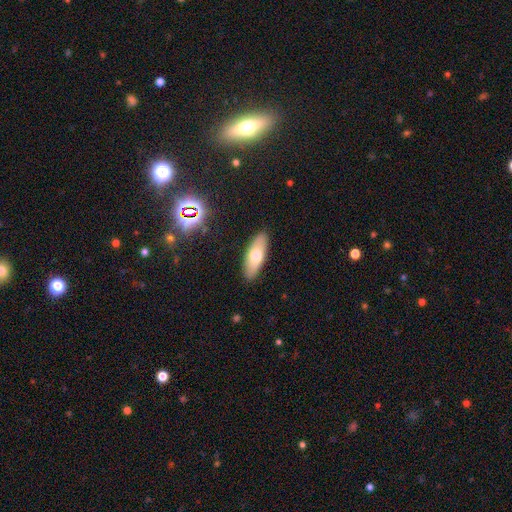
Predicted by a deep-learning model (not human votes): Q: Smooth or featured?
A: smooth (68%); runner-up: featured or disk (25%)
Q: How rounded?
A: in between (69%); runner-up: cigar-shaped (29%)
Q: Merging?
A: none (89%); runner-up: minor disturbance (8%)